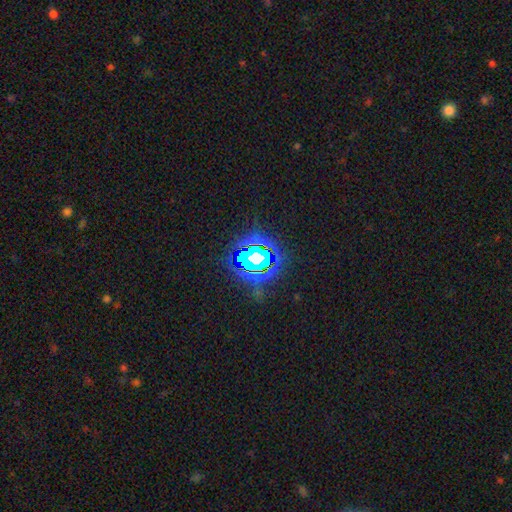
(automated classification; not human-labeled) smooth_or_featured: star or artifact (p=0.72) [alt: smooth p=0.15]